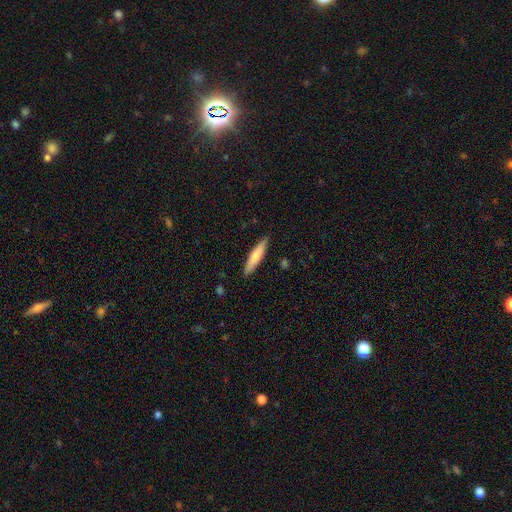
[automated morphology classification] Smooth or featured?
  - smooth: 70% *
  - featured or disk: 25%
  - star or artifact: 5%
How rounded?
  - cigar-shaped: 86% *
  - in between: 13%
  - round: 1%
Merging?
  - none: 88% *
  - minor disturbance: 9%
  - major disturbance: 2%
  - merger: 1%